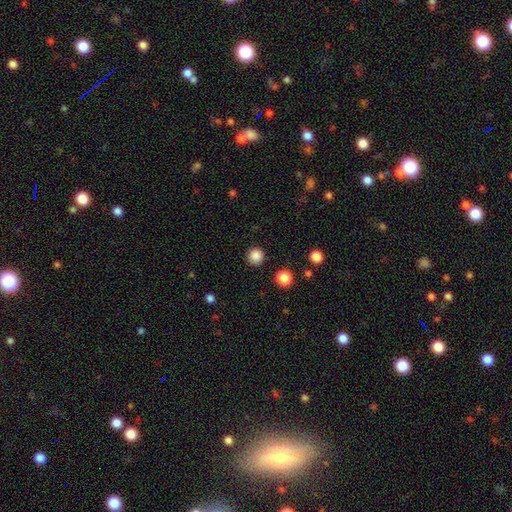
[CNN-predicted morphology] smooth 86%, star or artifact 11%, featured or disk 3%. Down the decision tree: how rounded — round (96%); merging — none (92%).